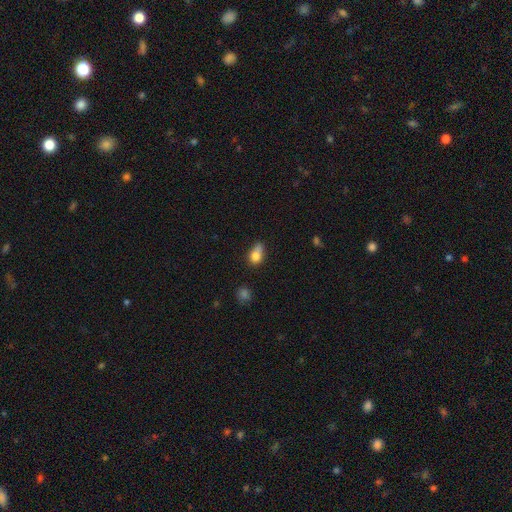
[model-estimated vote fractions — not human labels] Smooth or featured: smooth — 79% (featured or disk — 10%)
How rounded: in between — 67% (round — 30%)
Merging: minor disturbance — 39% (none — 36%)